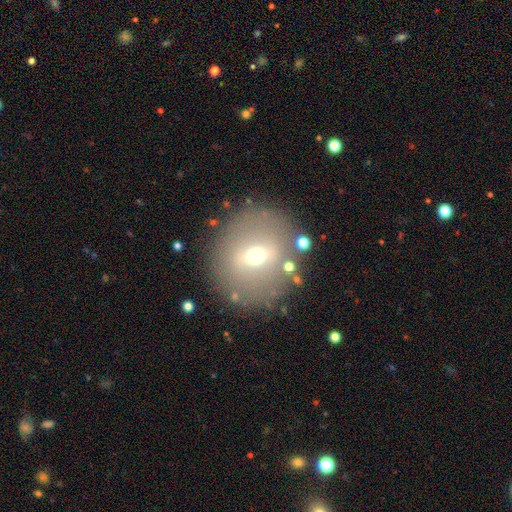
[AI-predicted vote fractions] A smooth galaxy with no disk features (45%).

Vote fractions:
- Smooth or featured? smooth: 45% / featured or disk: 43% / star or artifact: 12%
- Merging? none: 82% / minor disturbance: 10% / major disturbance: 5% / merger: 3%